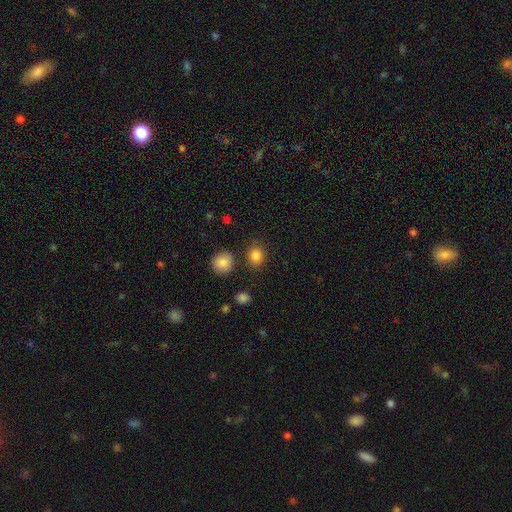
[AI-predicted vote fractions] A smooth galaxy with no disk features (84%) that is round (72%). Merging: none (81%).